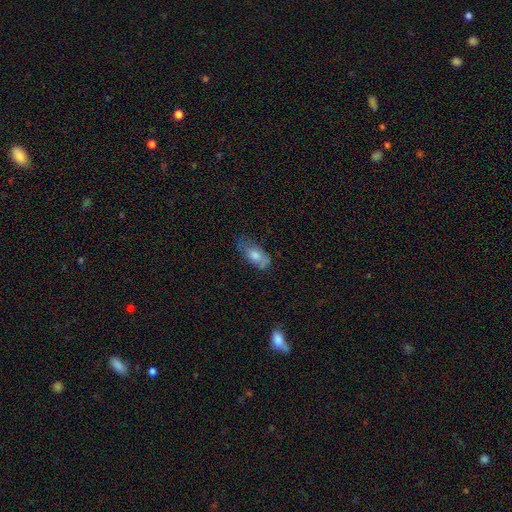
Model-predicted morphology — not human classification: smooth_or_featured: smooth (p=0.70) [alt: featured or disk p=0.23]
how_rounded: in between (p=0.88) [alt: cigar-shaped p=0.08]
merging: none (p=0.54) [alt: minor disturbance p=0.32]